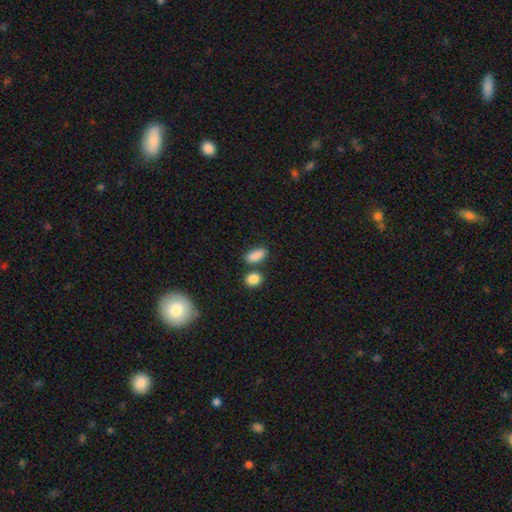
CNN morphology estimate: smooth 88%, star or artifact 8%, featured or disk 4%. Down the decision tree: how rounded — in between (86%); merging — none (71%).